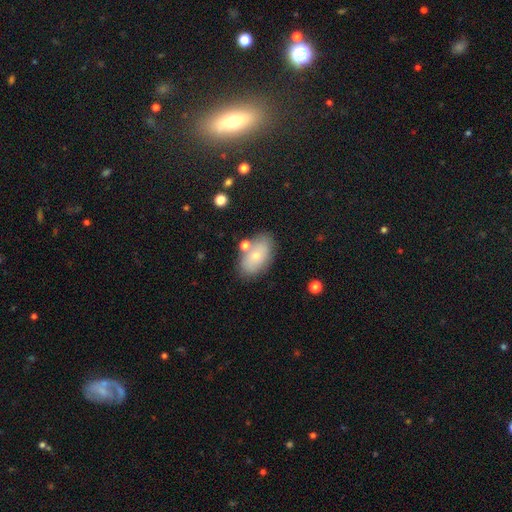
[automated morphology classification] smooth 68%, featured or disk 24%, star or artifact 8%. Down the decision tree: how rounded — in between (91%); merging — none (71%).